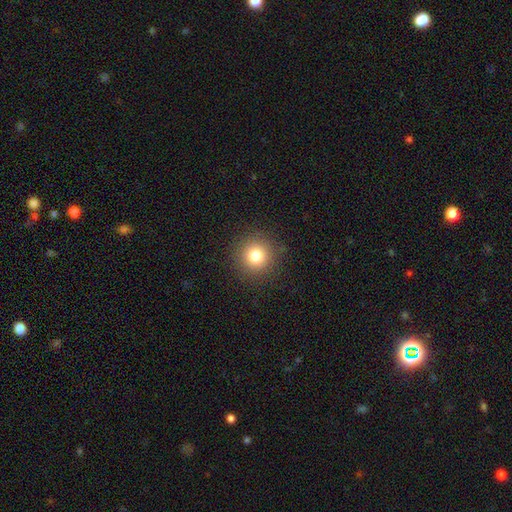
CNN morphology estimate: This is likely a smooth galaxy (79%). How rounded: clearly round (94%). Merging: clearly none (90%).